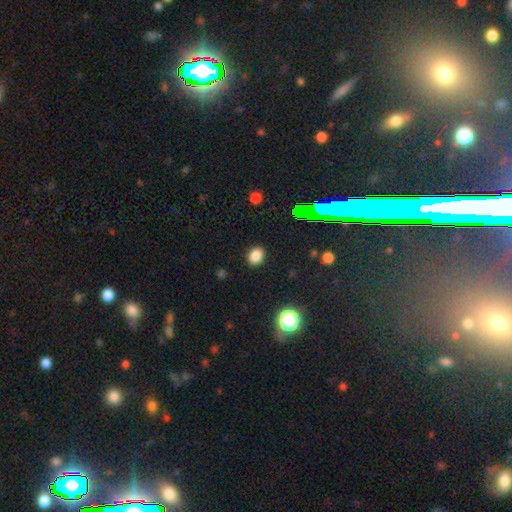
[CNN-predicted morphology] Smooth or featured: smooth — 82% (star or artifact — 13%)
How rounded: round — 51% (in between — 48%)
Merging: none — 89% (minor disturbance — 8%)